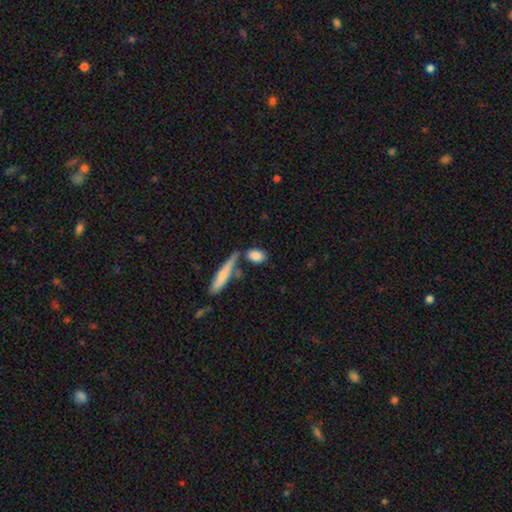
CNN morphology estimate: The model was most divided on "merging": none: 64%, merger: 17%, minor disturbance: 14%, major disturbance: 5%. More confident: smooth or featured — smooth (83%); how rounded — in between (78%).